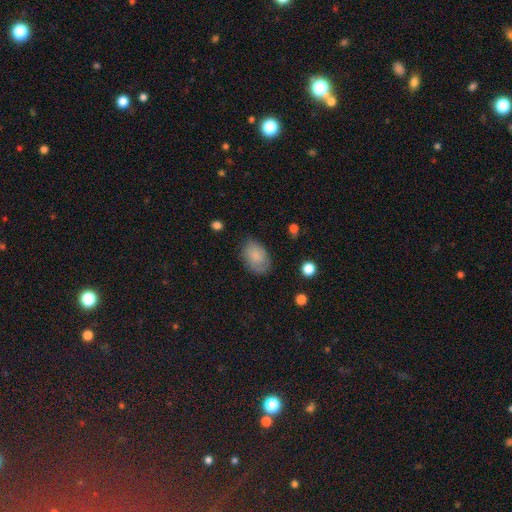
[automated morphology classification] Smooth or featured? smooth (79%)
How rounded? in between (88%)
Merging? none (73%)